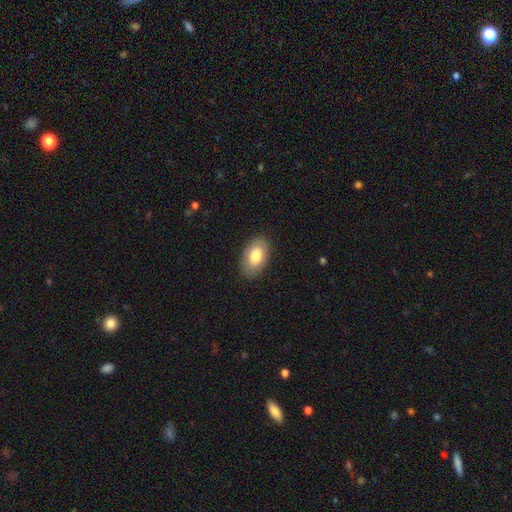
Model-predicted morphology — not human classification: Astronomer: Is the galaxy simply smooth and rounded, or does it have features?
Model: smooth — 77%.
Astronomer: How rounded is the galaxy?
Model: in between — 92%.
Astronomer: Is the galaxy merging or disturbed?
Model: none — 86%.